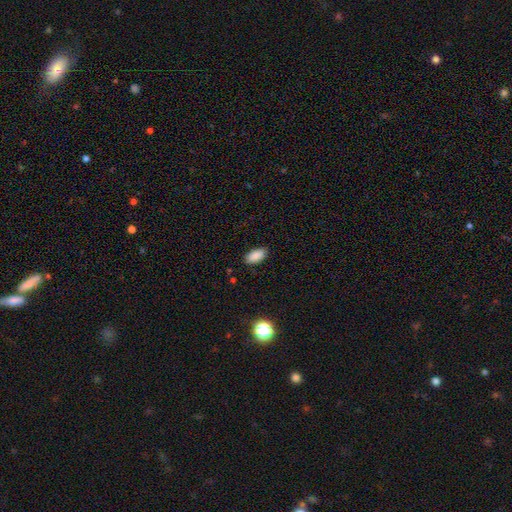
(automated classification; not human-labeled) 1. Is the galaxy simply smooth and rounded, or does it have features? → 88% smooth, 8% star or artifact, 4% featured or disk.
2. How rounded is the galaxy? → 93% in between, 4% cigar-shaped, 3% round.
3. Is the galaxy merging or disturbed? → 87% none, 9% minor disturbance, 2% major disturbance, 1% merger.